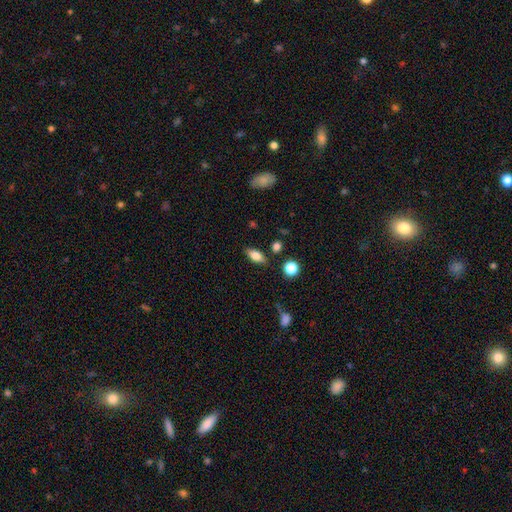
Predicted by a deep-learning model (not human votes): This is likely a smooth galaxy (73%). How rounded: clearly in between (81%). Merging: clearly none (82%).